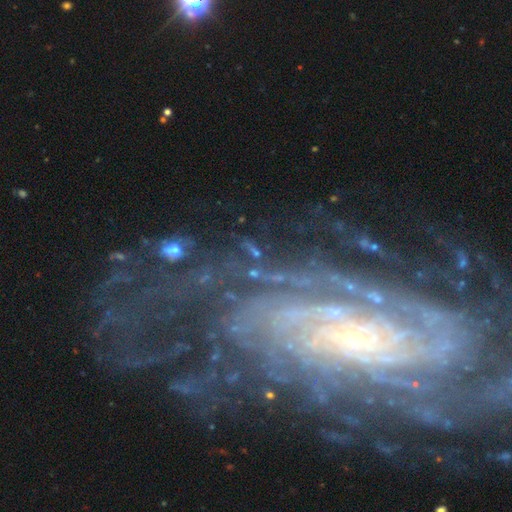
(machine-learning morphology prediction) This appears to be a featured or disk galaxy (82%) with no bar (50%), tight (70%) spiral arms (96%) and a small central bulge (72%). Merging: none (69%).